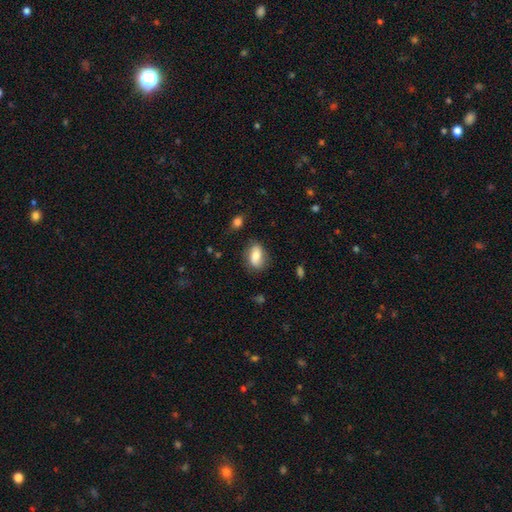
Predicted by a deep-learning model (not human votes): Smooth or featured?
  - smooth: 73% *
  - featured or disk: 19%
  - star or artifact: 7%
How rounded?
  - in between: 86% *
  - round: 11%
  - cigar-shaped: 4%
Merging?
  - none: 74% *
  - minor disturbance: 19%
  - major disturbance: 5%
  - merger: 2%